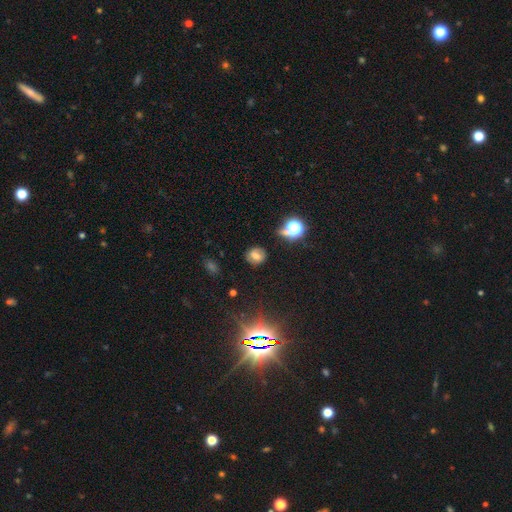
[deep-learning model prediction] Overall: smooth (56%; featured or disk 23%). How rounded: round (70%). Merging: none (81%).